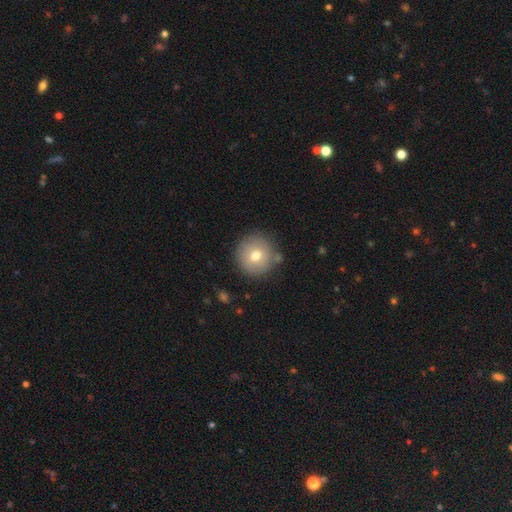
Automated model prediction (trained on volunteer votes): smooth 73%, featured or disk 17%, star or artifact 9%. Down the decision tree: how rounded — round (94%); merging — none (82%).